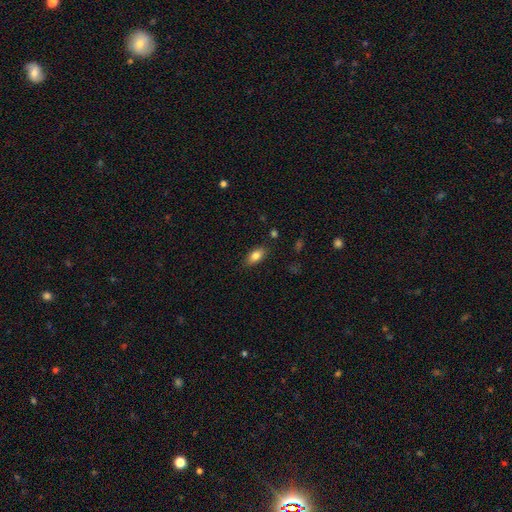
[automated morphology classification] Q: Smooth or featured?
A: smooth (82%); runner-up: featured or disk (10%)
Q: How rounded?
A: in between (88%); runner-up: cigar-shaped (7%)
Q: Merging?
A: none (84%); runner-up: minor disturbance (11%)